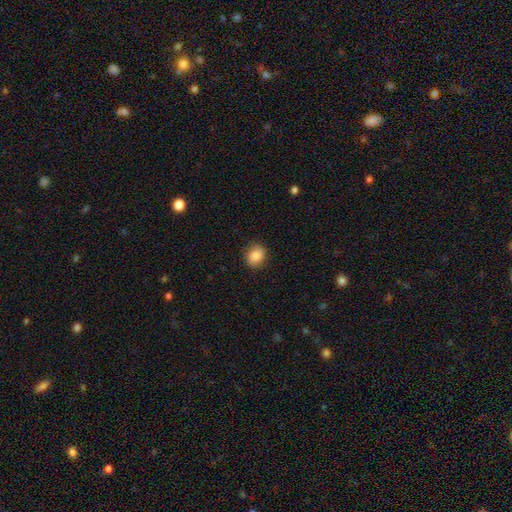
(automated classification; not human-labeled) Smooth or featured: smooth — 87% (star or artifact — 8%)
How rounded: round — 57% (in between — 42%)
Merging: none — 84% (minor disturbance — 12%)